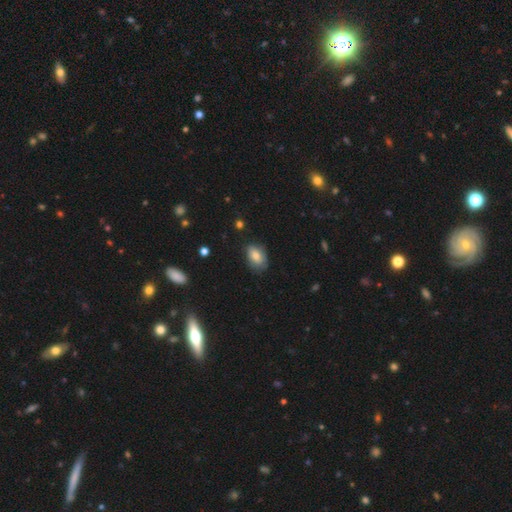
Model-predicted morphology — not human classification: The model was most divided on "merging": none: 70%, minor disturbance: 24%, major disturbance: 5%, merger: 1%. More confident: how rounded — in between (87%); smooth or featured — smooth (78%).